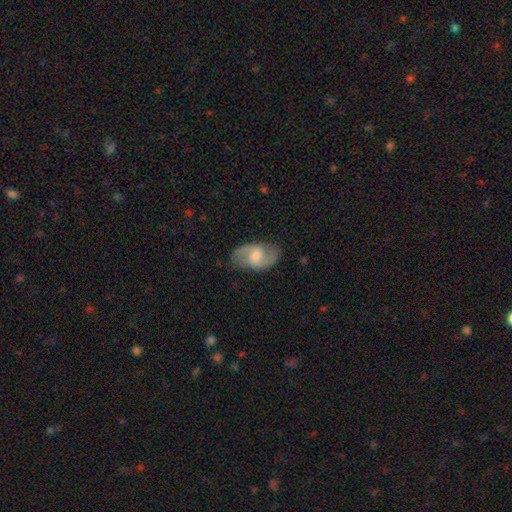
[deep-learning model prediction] This is likely a featured or disk galaxy (77%). It is clearly not viewed edge-on (96%). Bar: possibly weak (56%). Spiral arm pattern: clearly yes (93%). Spiral arm count: clearly 2 (91%). Spiral winding: possibly medium (52%). Central bulge: possibly moderate (48%). Merging: clearly none (81%).